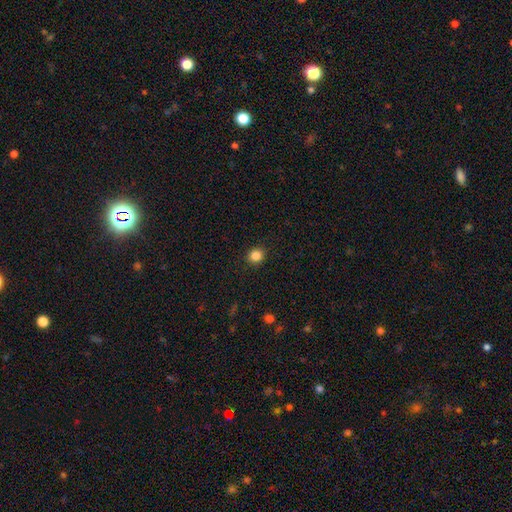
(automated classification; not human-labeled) This appears to be a smooth galaxy with no disk features (85%) that is round (88%). Merging: none (92%).